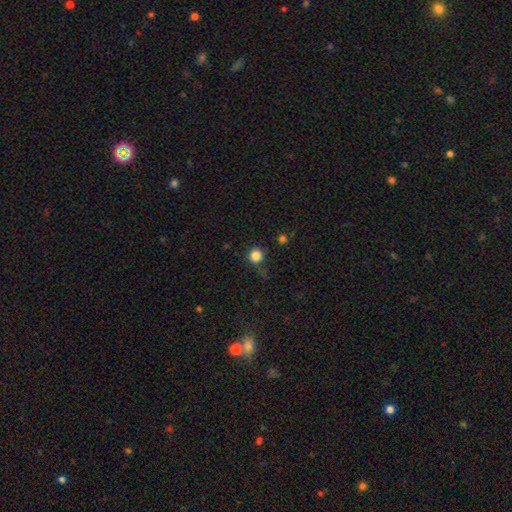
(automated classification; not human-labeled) Smooth or featured? Predicted: smooth (p=0.83). How rounded? Predicted: round (p=0.95). Merging? Predicted: none (p=0.82).